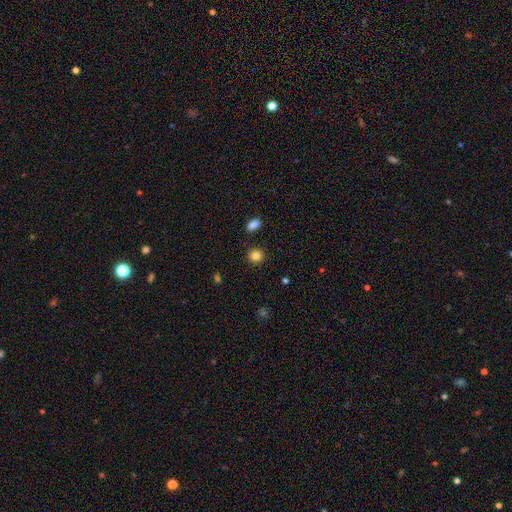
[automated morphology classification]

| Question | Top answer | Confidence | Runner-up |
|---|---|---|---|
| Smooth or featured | smooth | 85% | star or artifact (11%) |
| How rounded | round | 89% | in between (10%) |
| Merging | none | 89% | minor disturbance (6%) |